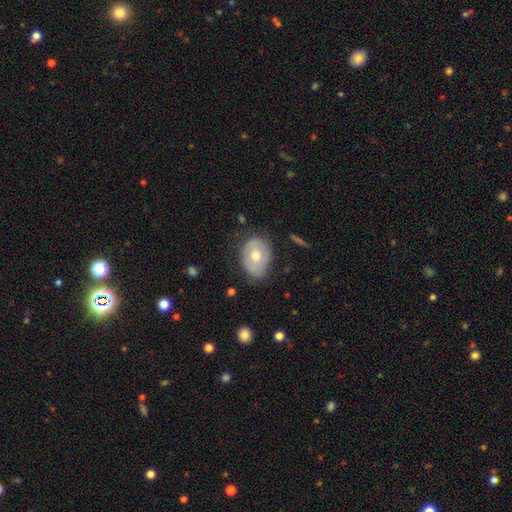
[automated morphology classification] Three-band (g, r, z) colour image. It shows a smooth galaxy with no disk features (57%) that is in between round and cigar-shaped (70%). Merging: none (67%).